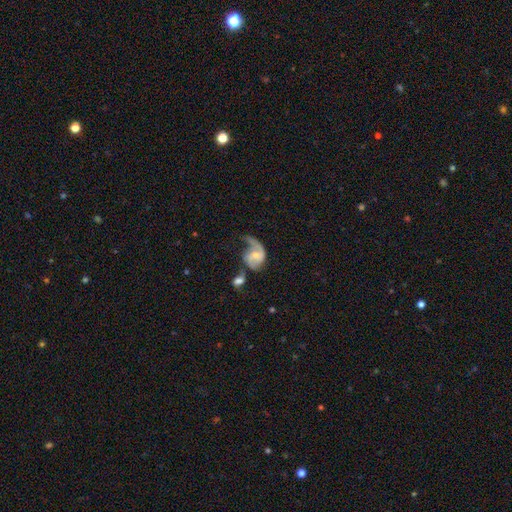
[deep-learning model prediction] smooth_or_featured: featured or disk (p=0.73) [alt: smooth p=0.21]
disk_edge_on: no (p=0.97) [alt: yes p=0.03]
bar: no (p=0.55) [alt: weak p=0.36]
has_spiral_arms: yes (p=0.90) [alt: no p=0.10]
spiral_winding: loose (p=0.53) [alt: medium p=0.34]
spiral_arm_count: 2 (p=0.53) [alt: 1 p=0.37]
bulge_size: small (p=0.51) [alt: moderate p=0.38]
merging: major disturbance (p=0.38) [alt: none p=0.26]